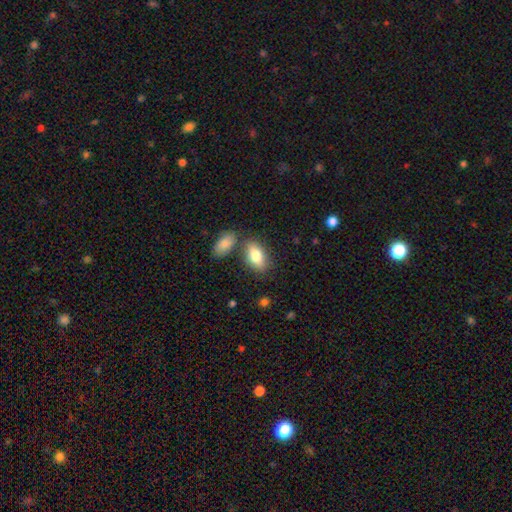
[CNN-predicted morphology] smooth-or-featured: smooth: 80% | featured or disk: 13% | star or artifact: 6%
  how-rounded: in between: 90% | cigar-shaped: 6% | round: 5%
  merging: none: 70% | merger: 14% | minor disturbance: 12% | major disturbance: 4%